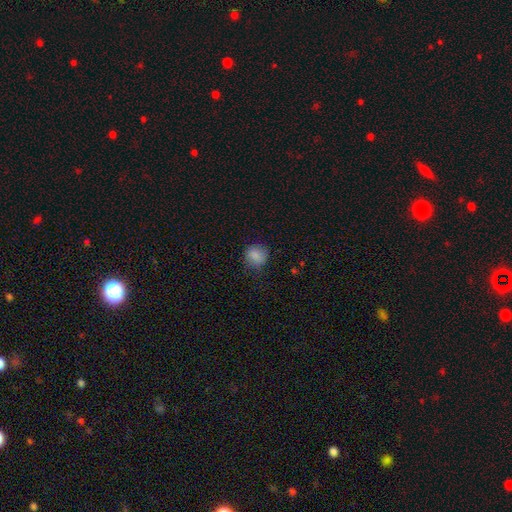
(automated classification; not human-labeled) A smooth galaxy with no disk features (84%) that is round (75%). Merging: none (72%).